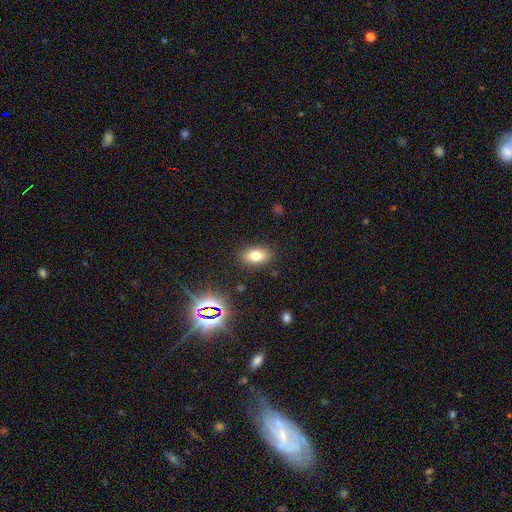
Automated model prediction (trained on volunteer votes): smooth_or_featured: smooth (p=0.76) [alt: star or artifact p=0.14]
how_rounded: in between (p=0.87) [alt: round p=0.10]
merging: none (p=0.86) [alt: minor disturbance p=0.10]